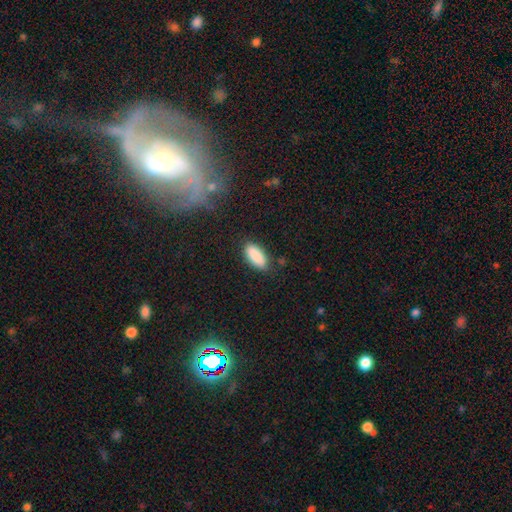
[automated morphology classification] type=smooth (89%); roundness=in between (82%); merging=none (83%).